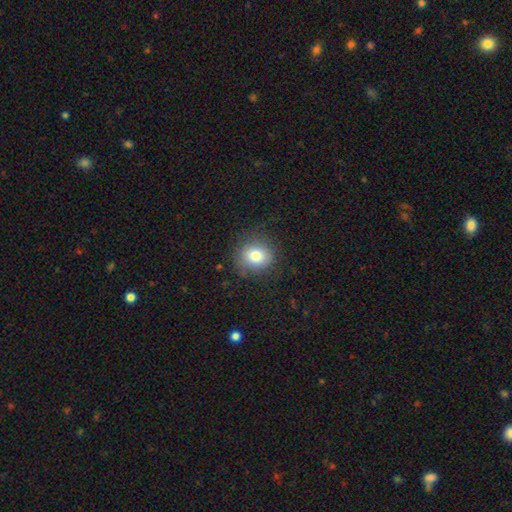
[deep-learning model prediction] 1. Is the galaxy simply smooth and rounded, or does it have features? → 79% smooth, 11% star or artifact, 10% featured or disk.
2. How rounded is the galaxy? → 80% round, 20% in between, 1% cigar-shaped.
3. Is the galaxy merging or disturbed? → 82% none, 12% minor disturbance, 5% major disturbance, 1% merger.